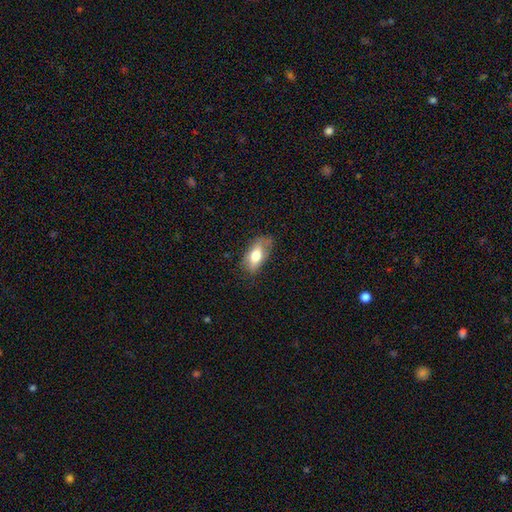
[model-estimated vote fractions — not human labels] smooth 69%, featured or disk 24%, star or artifact 7%. Down the decision tree: how rounded — in between (86%); merging — none (63%).